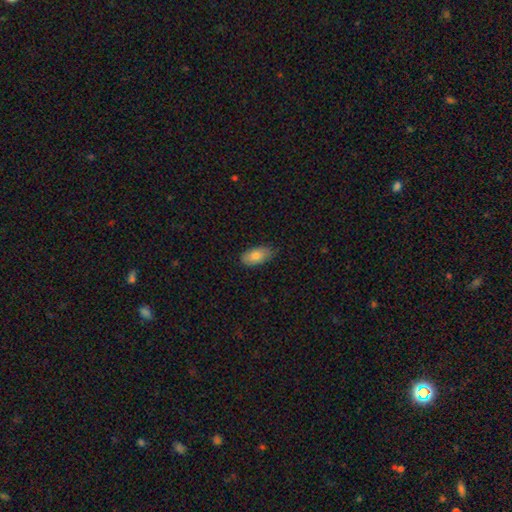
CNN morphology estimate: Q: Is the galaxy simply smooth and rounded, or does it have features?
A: smooth — 81%.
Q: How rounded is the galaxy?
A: in between — 93%.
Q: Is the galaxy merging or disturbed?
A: none — 82%.